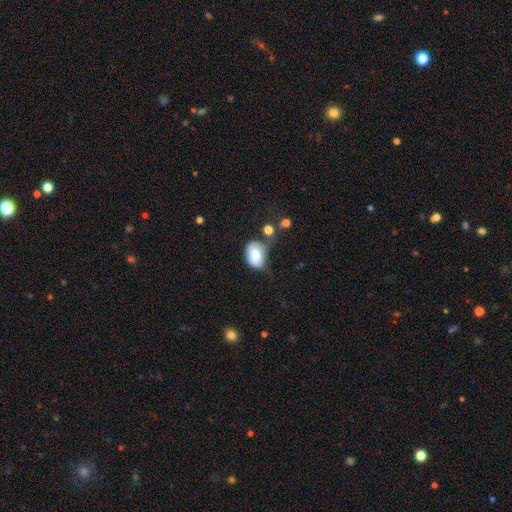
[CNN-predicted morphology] A smooth galaxy with no disk features (68%) that is in between round and cigar-shaped (74%). Merging: minor disturbance (33%).